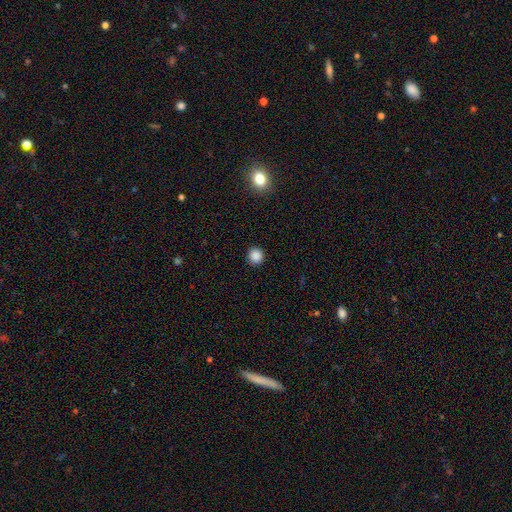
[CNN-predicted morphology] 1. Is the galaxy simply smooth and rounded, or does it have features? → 87% smooth, 11% star or artifact, 2% featured or disk.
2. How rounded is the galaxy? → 92% round, 7% in between, 1% cigar-shaped.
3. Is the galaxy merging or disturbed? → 92% none, 5% minor disturbance, 2% major disturbance, 1% merger.